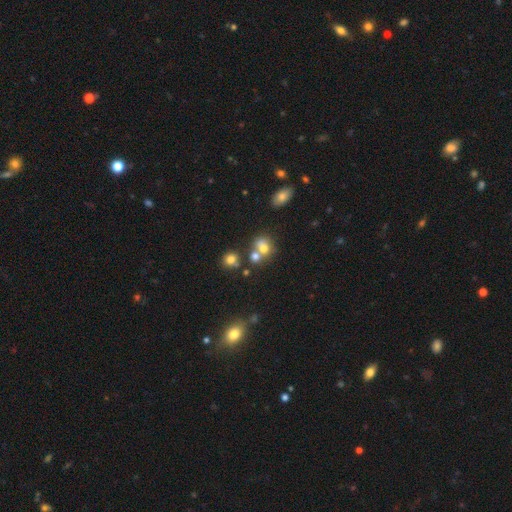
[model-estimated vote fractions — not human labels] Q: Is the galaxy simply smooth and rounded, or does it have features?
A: smooth — 58%.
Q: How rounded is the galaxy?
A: round — 68%.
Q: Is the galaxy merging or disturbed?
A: none — 46%.